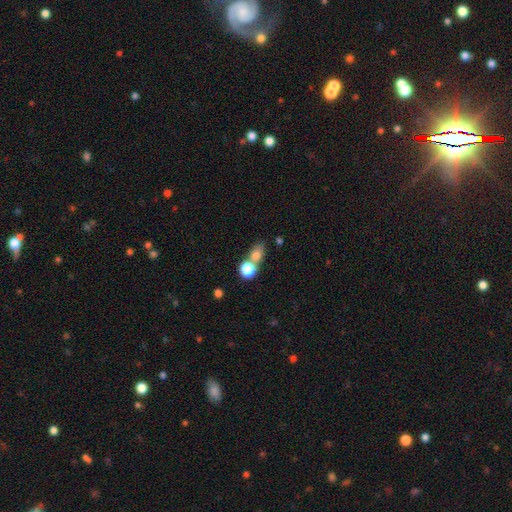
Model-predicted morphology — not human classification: Smooth or featured? smooth (75%)
How rounded? in between (59%)
Merging? merger (44%)